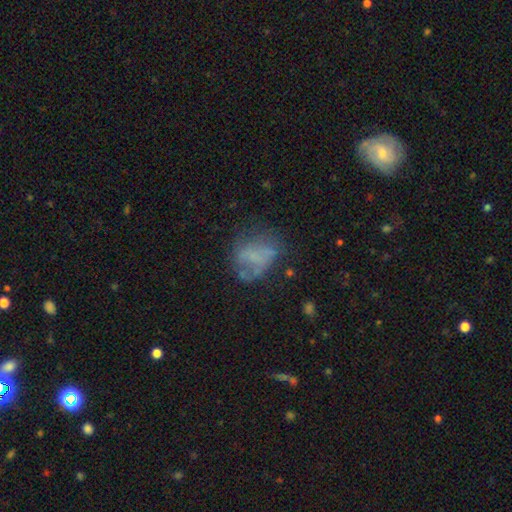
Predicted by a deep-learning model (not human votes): This is possibly a smooth galaxy (48%). Merging: possibly none (45%).